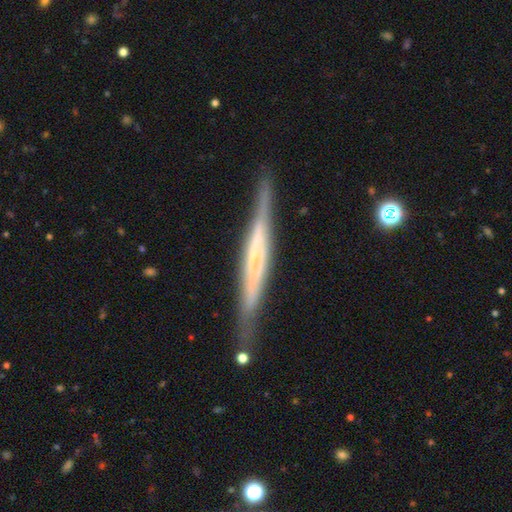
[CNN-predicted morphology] Q: Smooth or featured?
A: featured or disk (76%); runner-up: smooth (19%)
Q: Edge-on disk?
A: yes (96%); runner-up: no (4%)
Q: Edge-on bulge?
A: none (41%); runner-up: boxy (32%)
Q: Merging?
A: none (85%); runner-up: minor disturbance (11%)